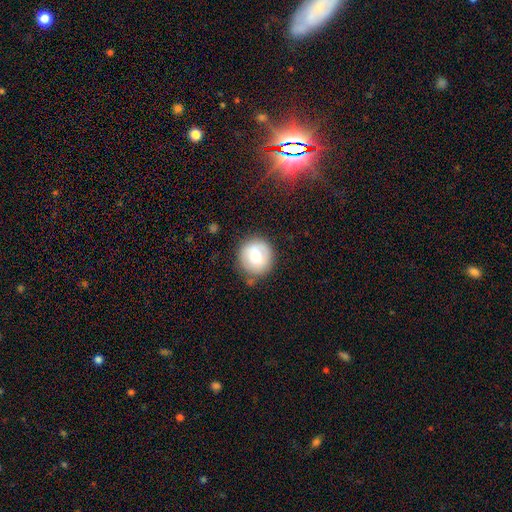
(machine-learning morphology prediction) This is likely a smooth galaxy (71%). How rounded: clearly round (91%). Merging: likely none (77%).